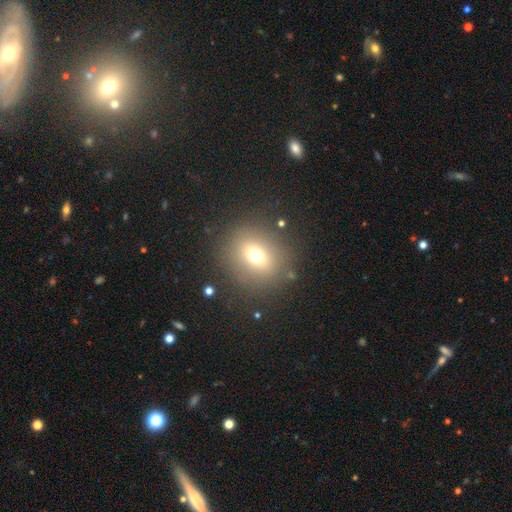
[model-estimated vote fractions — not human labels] Smooth or featured? smooth (66%)
How rounded? round (80%)
Merging? none (84%)